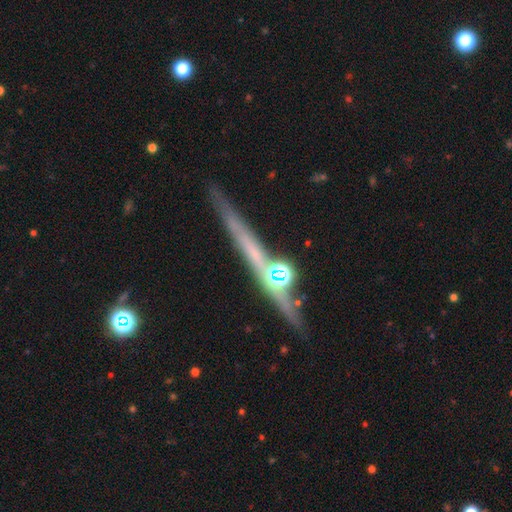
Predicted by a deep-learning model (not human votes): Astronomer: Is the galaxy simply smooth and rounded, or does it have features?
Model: featured or disk — 72%.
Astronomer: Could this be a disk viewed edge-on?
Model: yes — 95%.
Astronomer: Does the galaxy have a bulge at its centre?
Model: rounded — 54% (runner-up: none, 33%).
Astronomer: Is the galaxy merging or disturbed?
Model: none — 71%.